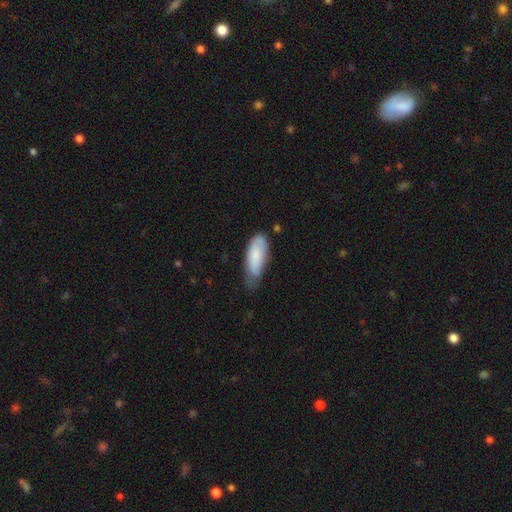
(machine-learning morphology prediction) A smooth galaxy with no disk features (80%) that is in between round and cigar-shaped (75%).

Vote fractions:
- Smooth or featured? smooth: 80% / featured or disk: 14% / star or artifact: 6%
- How rounded? in between: 75% / cigar-shaped: 23% / round: 2%
- Merging? minor disturbance: 46% / none: 39% / major disturbance: 12% / merger: 2%